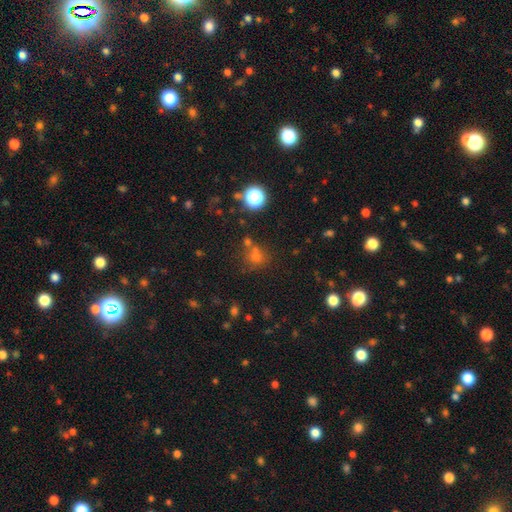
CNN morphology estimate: Smooth or featured?
  - smooth: 59% *
  - star or artifact: 32%
  - featured or disk: 9%
How rounded?
  - round: 83% *
  - in between: 16%
  - cigar-shaped: 1%
Merging?
  - none: 62% *
  - merger: 22%
  - minor disturbance: 11%
  - major disturbance: 5%